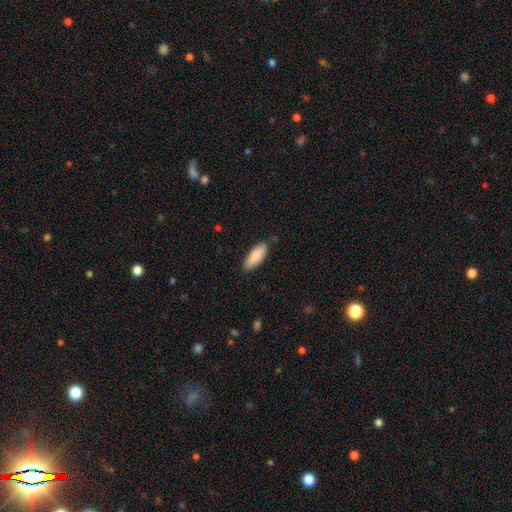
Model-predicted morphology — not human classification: smooth-or-featured: smooth: 87% | featured or disk: 7% | star or artifact: 6%
  how-rounded: in between: 77% | cigar-shaped: 21% | round: 2%
  merging: none: 80% | minor disturbance: 16% | major disturbance: 2% | merger: 1%